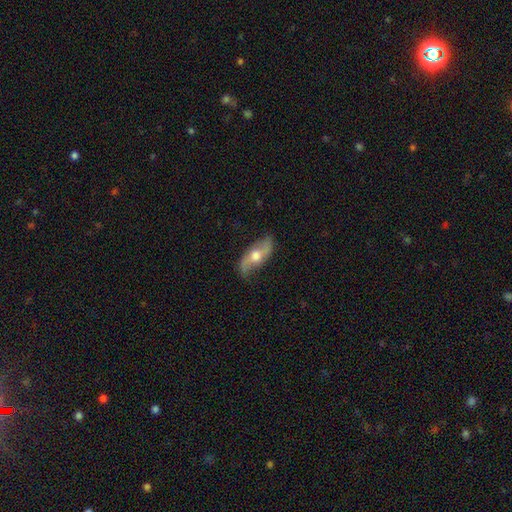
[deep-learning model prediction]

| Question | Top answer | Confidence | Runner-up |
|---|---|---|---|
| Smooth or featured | featured or disk | 64% | smooth (31%) |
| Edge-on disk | no | 79% | yes (21%) |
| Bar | no | 63% | weak (27%) |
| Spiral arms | yes | 79% | no (21%) |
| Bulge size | moderate | 67% | large (22%) |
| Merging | none | 76% | minor disturbance (17%) |